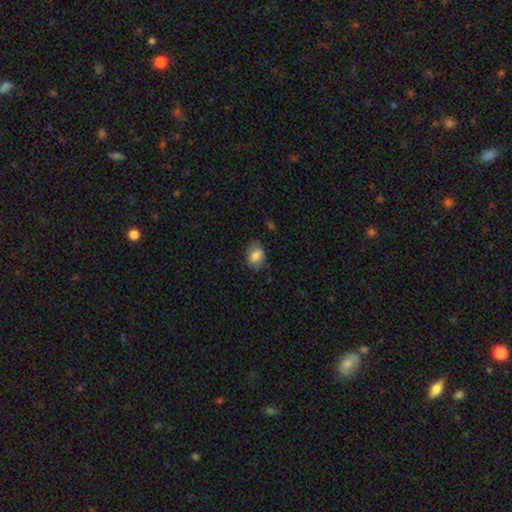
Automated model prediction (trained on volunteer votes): This is clearly a smooth galaxy (81%). How rounded: likely in between (76%). Merging: likely none (75%).